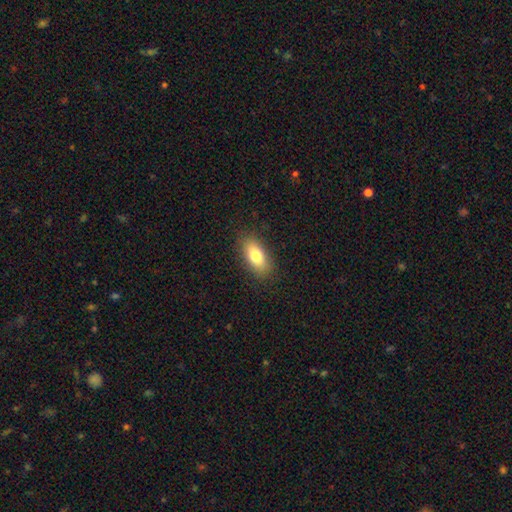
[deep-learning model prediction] This appears to be a smooth galaxy with no disk features (80%) that is in between round and cigar-shaped (87%). Merging: none (87%).